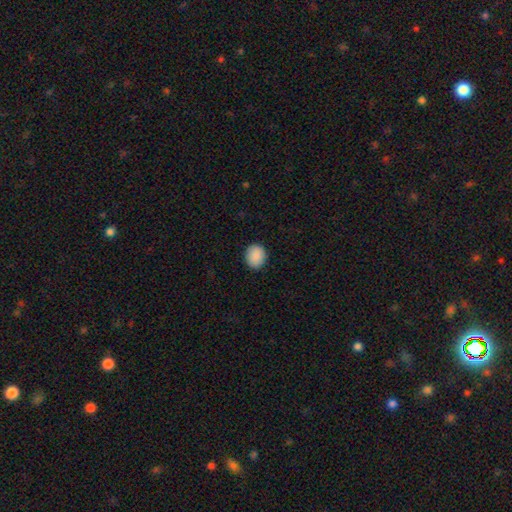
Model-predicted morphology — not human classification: Smooth or featured? smooth (90%)
How rounded? round (58%)
Merging? none (89%)